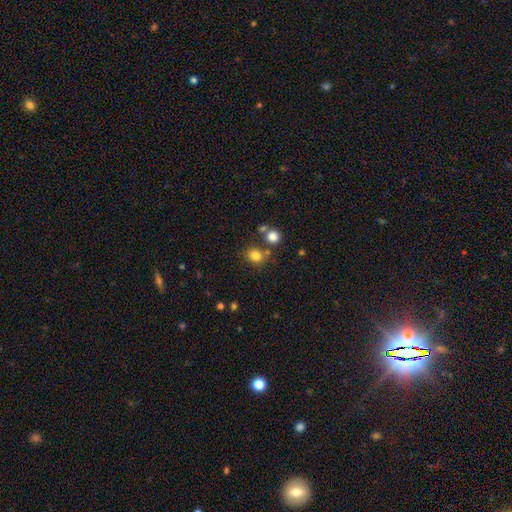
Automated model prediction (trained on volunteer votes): Q: Smooth or featured?
A: smooth (79%); runner-up: star or artifact (14%)
Q: How rounded?
A: round (73%); runner-up: in between (26%)
Q: Merging?
A: none (71%); runner-up: merger (14%)